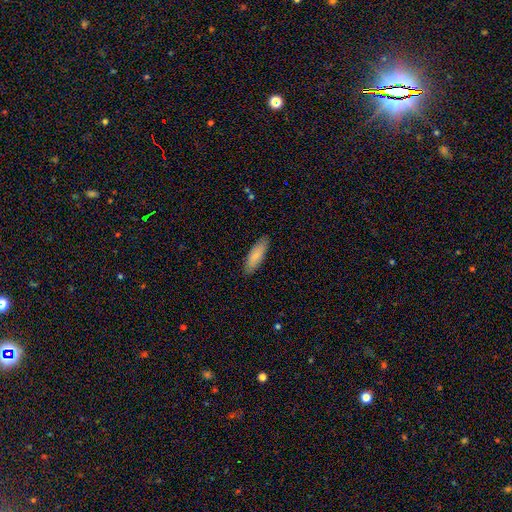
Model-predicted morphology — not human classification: Smooth or featured: smooth — 82% (featured or disk — 12%)
How rounded: in between — 53% (cigar-shaped — 46%)
Merging: none — 87% (minor disturbance — 10%)